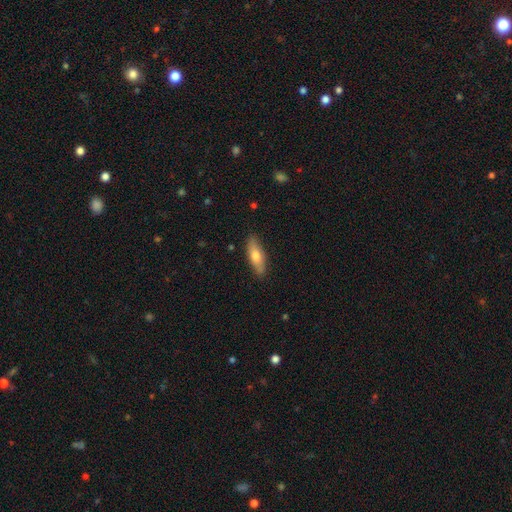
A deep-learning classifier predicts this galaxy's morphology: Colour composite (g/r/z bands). It shows a smooth galaxy with no disk features (66%) that is in between round and cigar-shaped (52%). Merging: none (86%).